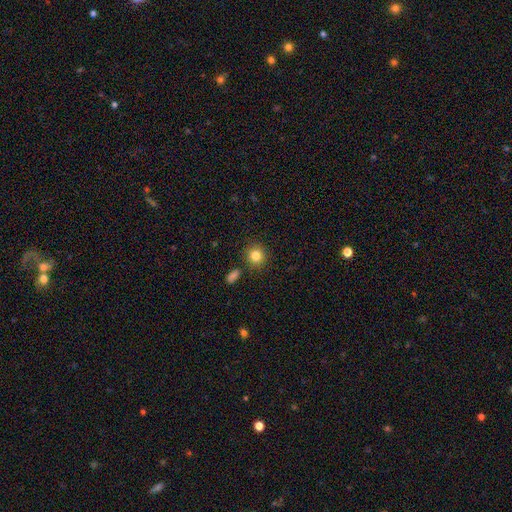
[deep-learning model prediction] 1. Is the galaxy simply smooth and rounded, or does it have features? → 83% smooth, 11% star or artifact, 7% featured or disk.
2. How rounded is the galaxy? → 88% round, 11% in between, 1% cigar-shaped.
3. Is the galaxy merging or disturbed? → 86% none, 8% minor disturbance, 4% merger, 2% major disturbance.